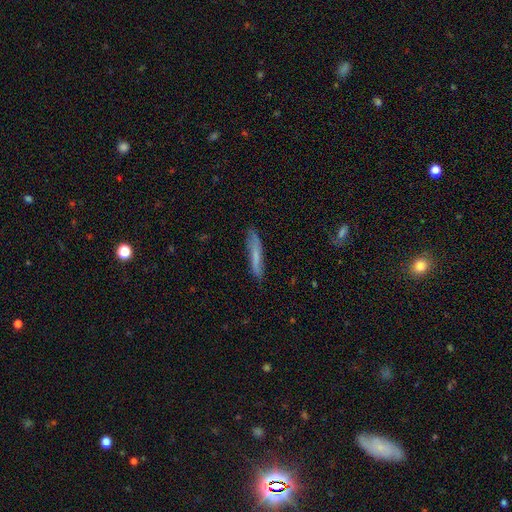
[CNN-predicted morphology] smooth_or_featured: smooth (p=0.62) [alt: featured or disk p=0.31]
how_rounded: cigar-shaped (p=0.92) [alt: in between p=0.06]
merging: none (p=0.82) [alt: minor disturbance p=0.14]